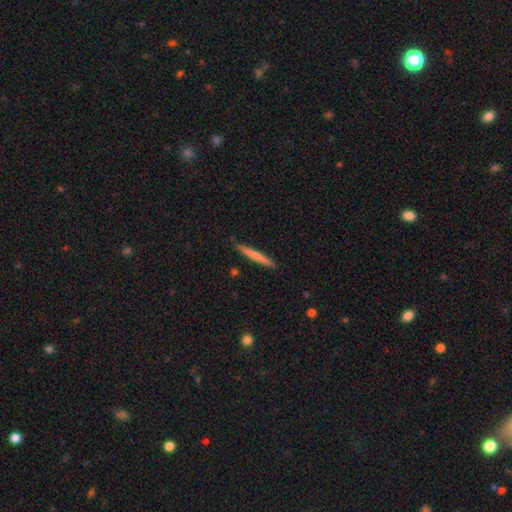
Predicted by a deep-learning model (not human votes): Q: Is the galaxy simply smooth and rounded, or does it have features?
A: smooth — 69%.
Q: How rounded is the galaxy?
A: cigar-shaped — 96%.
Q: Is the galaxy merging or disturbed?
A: none — 89%.